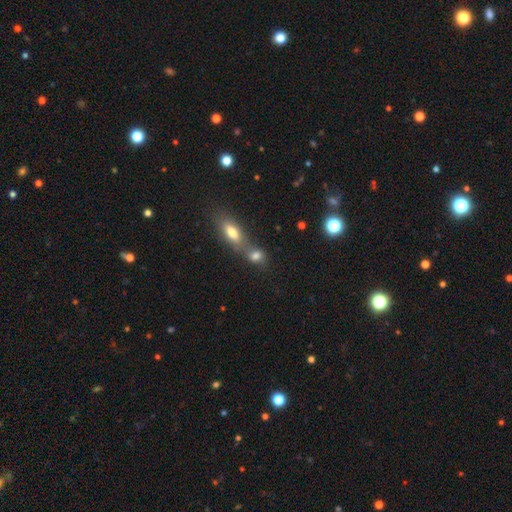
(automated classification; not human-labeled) Smooth or featured? smooth (76%)
How rounded? in between (56%)
Merging? merger (56%)